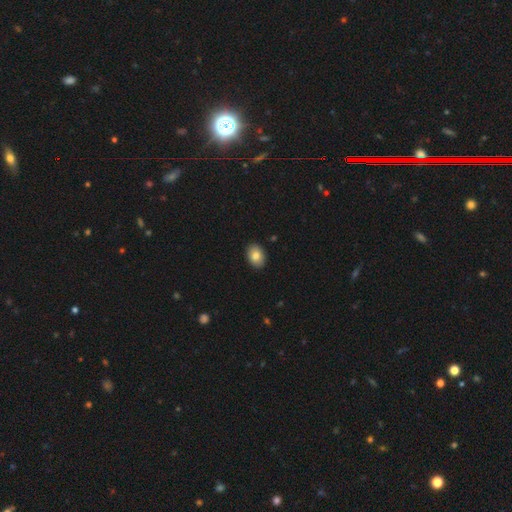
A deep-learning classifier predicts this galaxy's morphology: smooth-or-featured: smooth: 84% | featured or disk: 8% | star or artifact: 8%
  how-rounded: in between: 77% | round: 22% | cigar-shaped: 1%
  merging: none: 90% | minor disturbance: 7% | major disturbance: 2% | merger: 1%